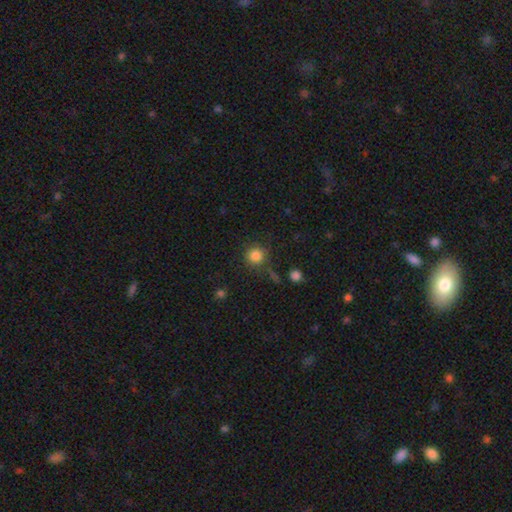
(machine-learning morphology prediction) Overall: smooth (83%). How rounded: round (94%). Merging: none (81%).